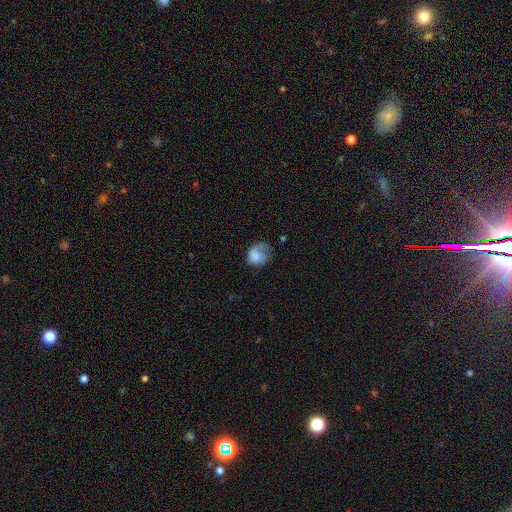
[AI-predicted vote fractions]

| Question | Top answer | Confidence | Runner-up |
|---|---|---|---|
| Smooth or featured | smooth | 65% | featured or disk (27%) |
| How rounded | round | 52% | in between (47%) |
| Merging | major disturbance | 40% | minor disturbance (29%) |